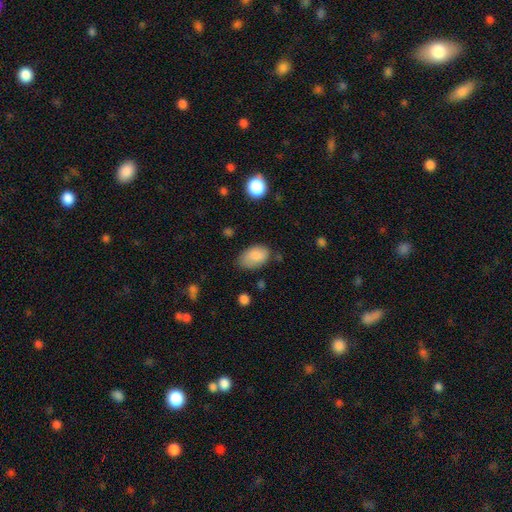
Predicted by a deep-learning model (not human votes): smooth_or_featured: smooth (p=0.84) [alt: featured or disk p=0.09]
how_rounded: in between (p=0.91) [alt: round p=0.08]
merging: none (p=0.64) [alt: minor disturbance p=0.27]